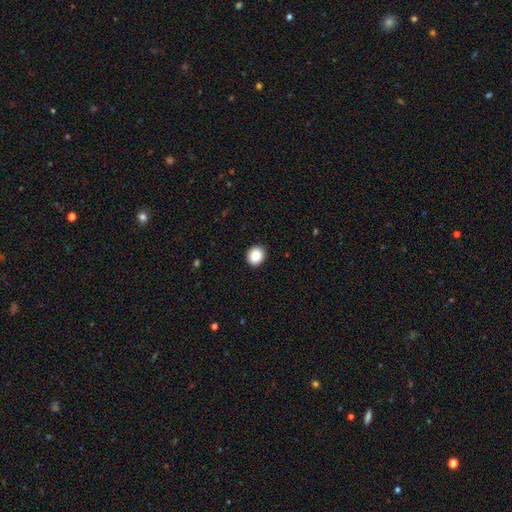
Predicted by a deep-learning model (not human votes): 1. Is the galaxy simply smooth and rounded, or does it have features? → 88% smooth, 9% star or artifact, 3% featured or disk.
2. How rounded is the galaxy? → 78% round, 21% in between, 1% cigar-shaped.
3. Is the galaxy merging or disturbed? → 92% none, 6% minor disturbance, 2% major disturbance, 1% merger.